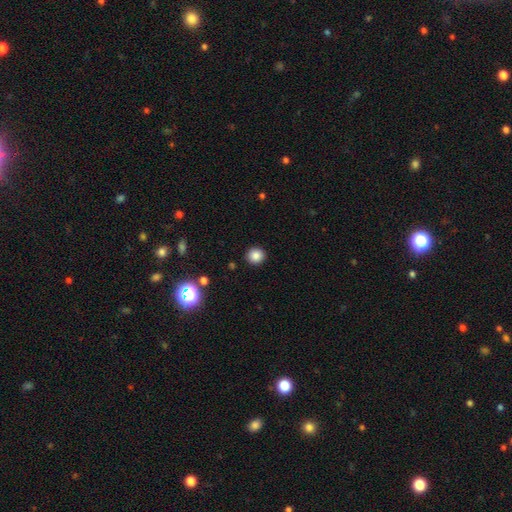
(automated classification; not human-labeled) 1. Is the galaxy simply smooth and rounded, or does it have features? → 83% smooth, 12% star or artifact, 5% featured or disk.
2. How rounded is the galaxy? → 89% round, 10% in between, 1% cigar-shaped.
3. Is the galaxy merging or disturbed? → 91% none, 6% minor disturbance, 2% major disturbance, 1% merger.